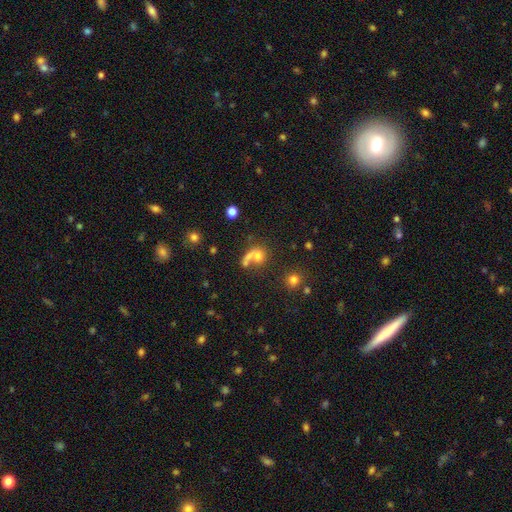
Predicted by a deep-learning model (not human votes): Smooth or featured?
  - smooth: 62% *
  - featured or disk: 22%
  - star or artifact: 15%
How rounded?
  - round: 63% *
  - in between: 33%
  - cigar-shaped: 4%
Merging?
  - merger: 44% *
  - none: 31%
  - major disturbance: 15%
  - minor disturbance: 10%